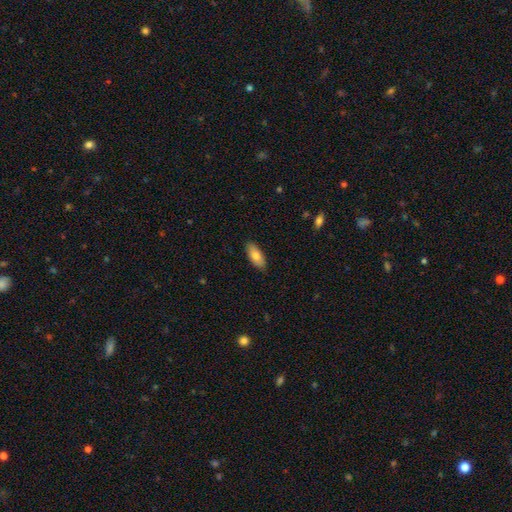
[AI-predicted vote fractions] A smooth galaxy with no disk features (77%) that is in between round and cigar-shaped (85%).

Vote fractions:
- Smooth or featured? smooth: 77% / featured or disk: 17% / star or artifact: 6%
- How rounded? in between: 85% / cigar-shaped: 13% / round: 2%
- Merging? none: 87% / minor disturbance: 10% / major disturbance: 2% / merger: 1%